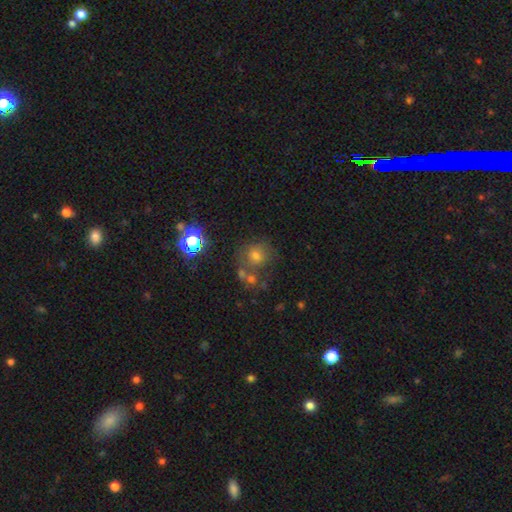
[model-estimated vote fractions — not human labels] Smooth or featured: smooth — 60% (star or artifact — 21%)
How rounded: round — 85% (in between — 14%)
Merging: none — 57% (merger — 20%)